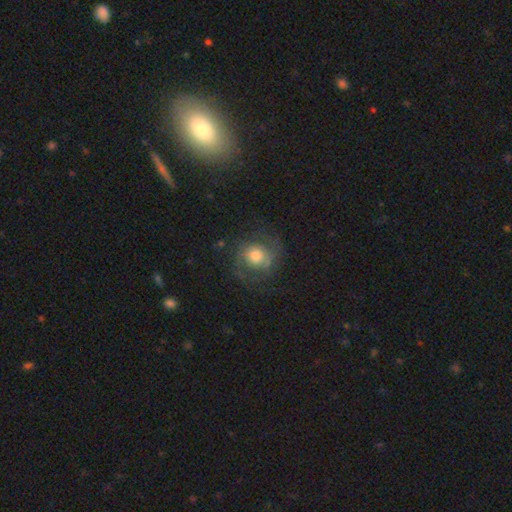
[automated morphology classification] smooth_or_featured: featured or disk (p=0.50) [alt: smooth p=0.41]
merging: none (p=0.64) [alt: minor disturbance p=0.18]